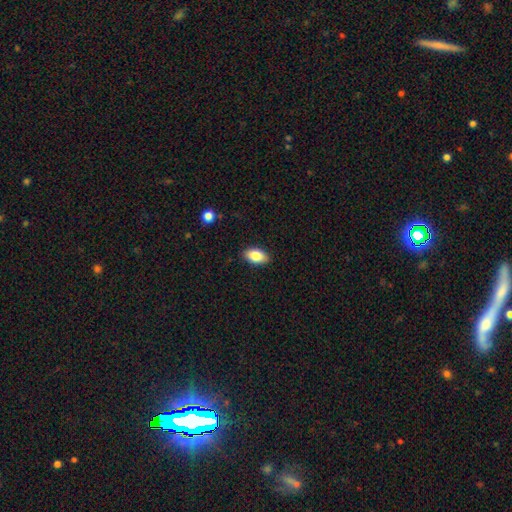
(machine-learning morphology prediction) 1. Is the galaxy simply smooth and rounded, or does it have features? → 83% smooth, 10% featured or disk, 7% star or artifact.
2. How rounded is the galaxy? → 93% in between, 5% round, 2% cigar-shaped.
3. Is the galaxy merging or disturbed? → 88% none, 9% minor disturbance, 2% major disturbance, 1% merger.